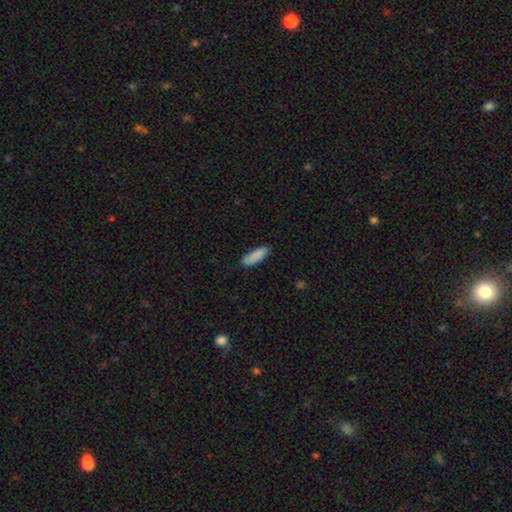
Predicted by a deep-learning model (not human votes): Smooth or featured? smooth (88%)
How rounded? in between (58%)
Merging? none (79%)